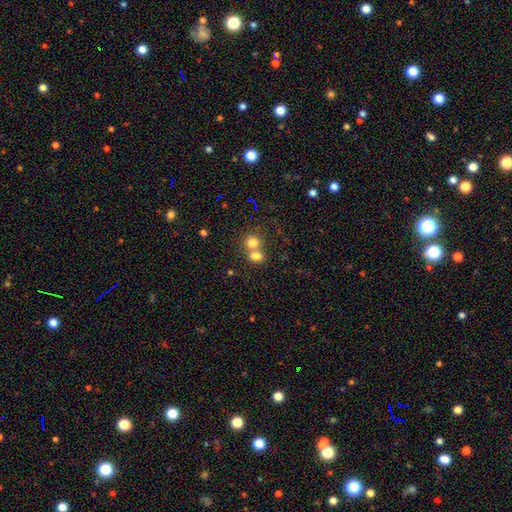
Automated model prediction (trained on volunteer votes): smooth 77%, star or artifact 12%, featured or disk 11%. Down the decision tree: how rounded — round (70%); merging — merger (57%).